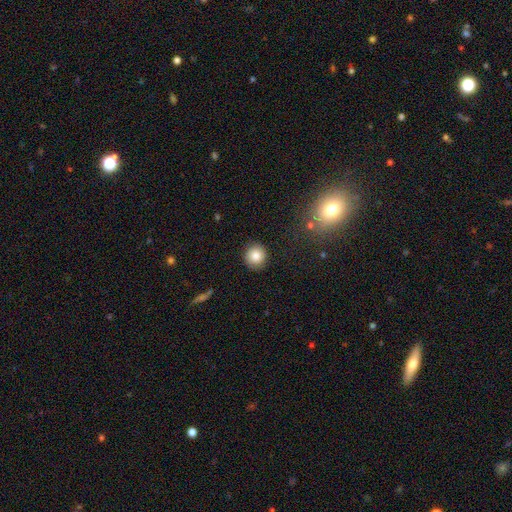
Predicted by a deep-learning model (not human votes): smooth_or_featured: smooth (p=0.84) [alt: star or artifact p=0.10]
how_rounded: round (p=0.92) [alt: in between p=0.07]
merging: none (p=0.89) [alt: minor disturbance p=0.07]